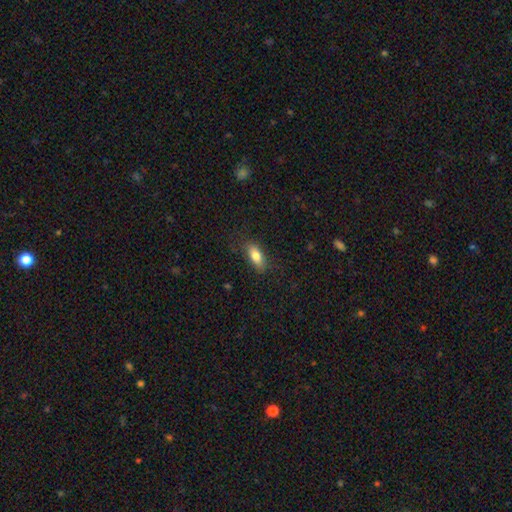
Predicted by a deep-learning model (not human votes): Smooth or featured? smooth (81%)
How rounded? in between (82%)
Merging? none (79%)